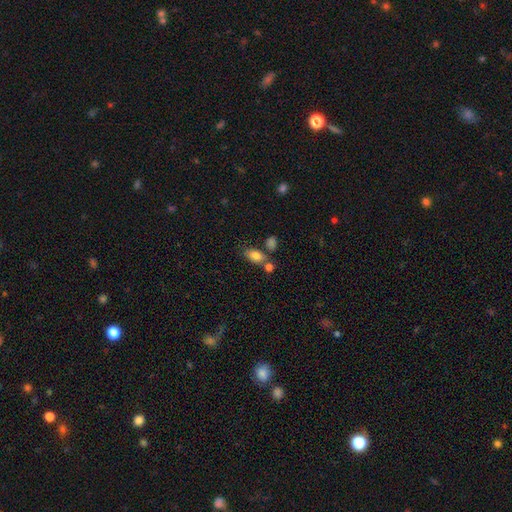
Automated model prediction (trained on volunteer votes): Q: Smooth or featured?
A: smooth (82%); runner-up: star or artifact (9%)
Q: How rounded?
A: in between (88%); runner-up: round (7%)
Q: Merging?
A: none (59%); runner-up: merger (21%)